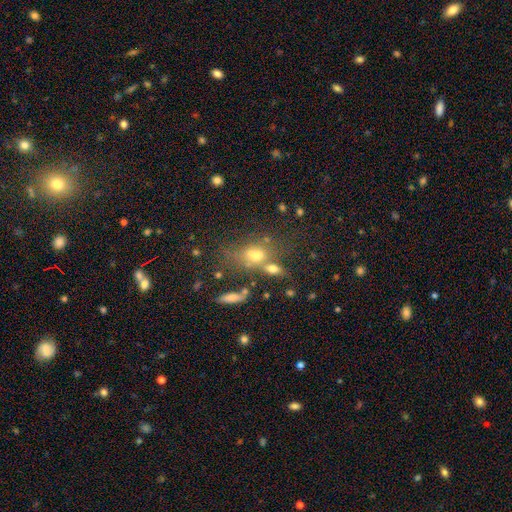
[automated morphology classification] A smooth galaxy with no disk features (57%) that is in between round and cigar-shaped (70%). Merging: merger (36%, tied with none).